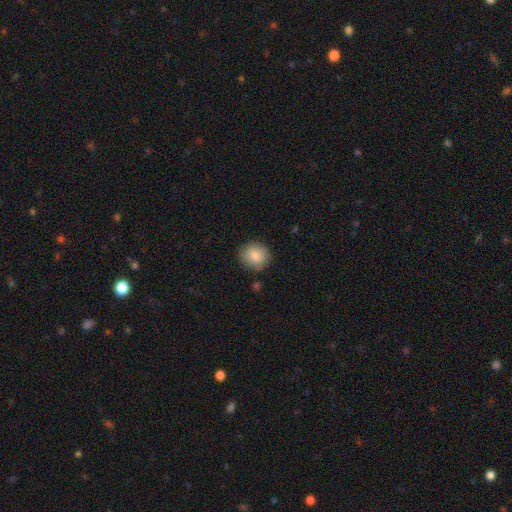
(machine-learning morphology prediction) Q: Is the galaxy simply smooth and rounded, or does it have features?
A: smooth — 84%.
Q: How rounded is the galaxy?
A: round — 86%.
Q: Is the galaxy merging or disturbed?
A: none — 85%.